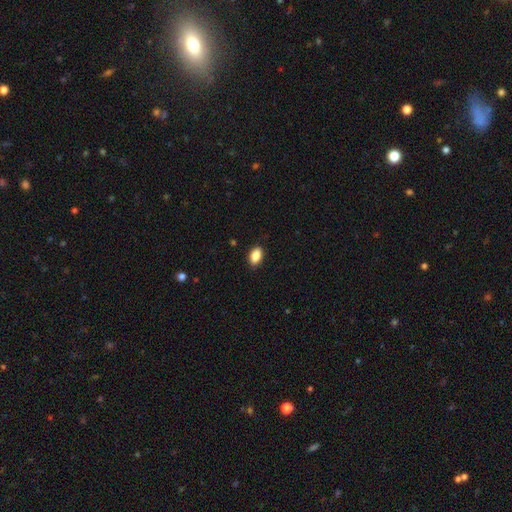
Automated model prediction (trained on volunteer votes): Morphology: type=smooth (87%); roundness=in between (91%); merging=none (89%).